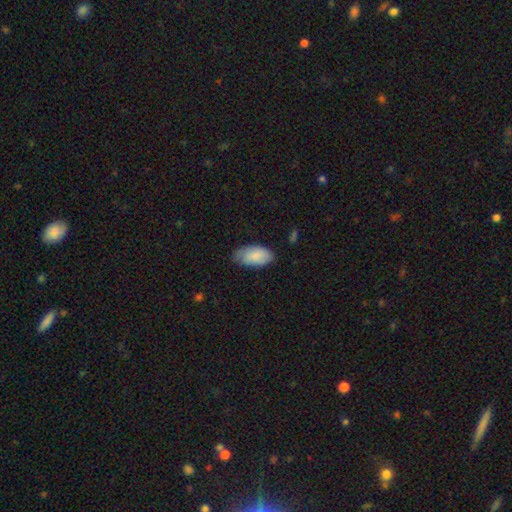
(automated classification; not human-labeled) Smooth or featured?
  - smooth: 86% *
  - featured or disk: 8%
  - star or artifact: 6%
How rounded?
  - in between: 95% *
  - cigar-shaped: 3%
  - round: 2%
Merging?
  - none: 68% *
  - minor disturbance: 26%
  - major disturbance: 4%
  - merger: 1%